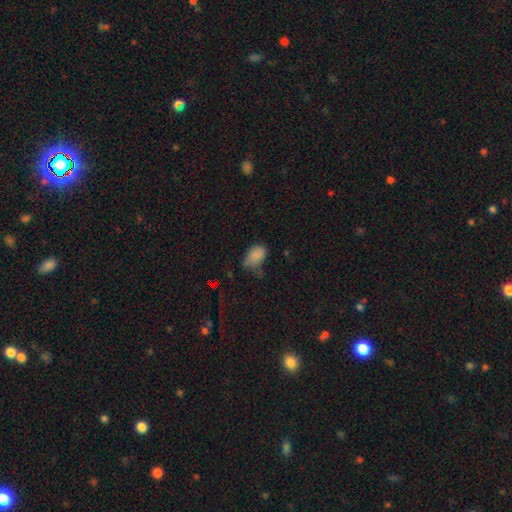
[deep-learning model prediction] smooth 81%, star or artifact 12%, featured or disk 6%. Down the decision tree: how rounded — in between (89%); merging — none (43%).